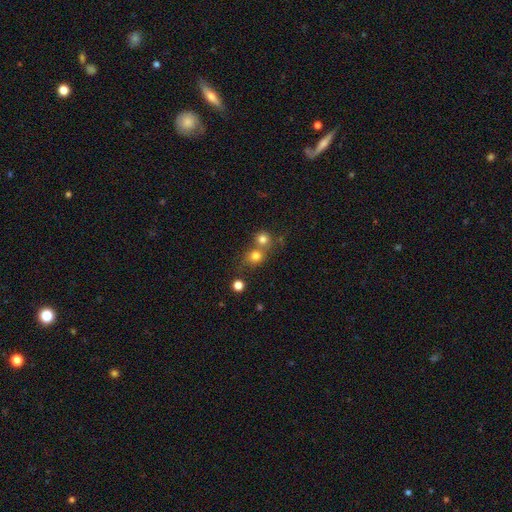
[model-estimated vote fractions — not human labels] This is likely a smooth galaxy (76%). How rounded: clearly round (83%). Merging: possibly none (48%).